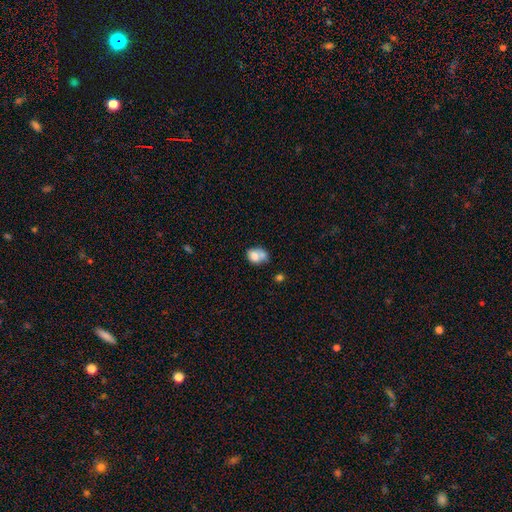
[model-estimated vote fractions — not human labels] Smooth or featured?
  - smooth: 72% *
  - featured or disk: 18%
  - star or artifact: 10%
How rounded?
  - in between: 58% *
  - round: 41%
  - cigar-shaped: 1%
Merging?
  - merger: 45% *
  - none: 28%
  - minor disturbance: 18%
  - major disturbance: 10%